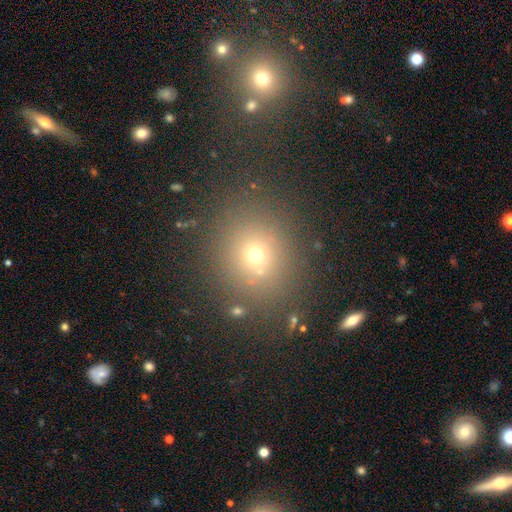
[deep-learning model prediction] Morphology: type=smooth (62%); roundness=round (74%); merging=none (81%).